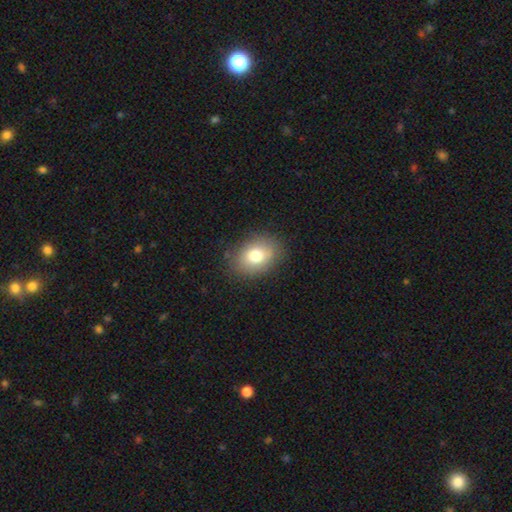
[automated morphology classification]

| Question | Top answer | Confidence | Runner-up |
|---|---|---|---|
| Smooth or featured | smooth | 76% | featured or disk (14%) |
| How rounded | in between | 67% | round (32%) |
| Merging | none | 83% | minor disturbance (12%) |